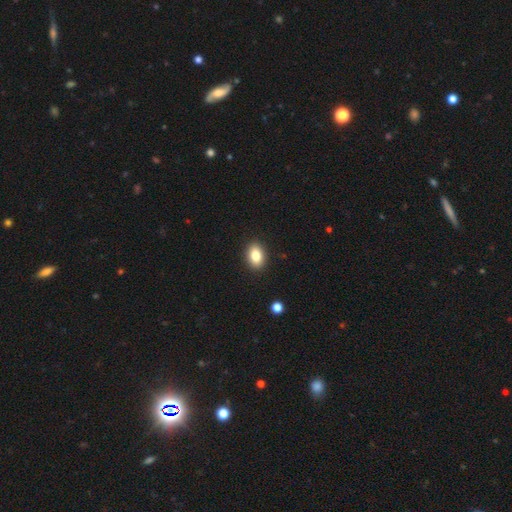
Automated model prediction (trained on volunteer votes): This appears to be a smooth galaxy with no disk features (84%) that is in between round and cigar-shaped (83%). Merging: none (90%).